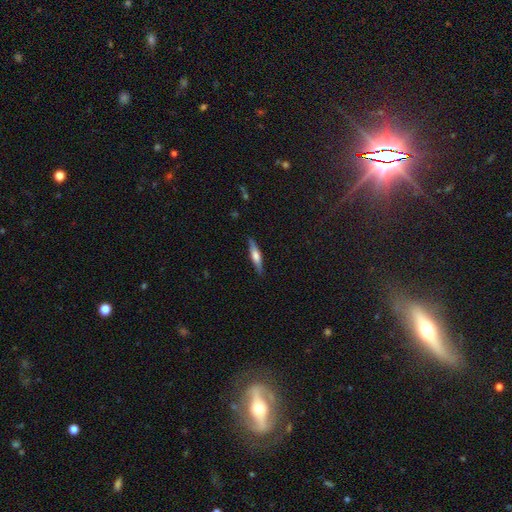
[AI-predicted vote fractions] smooth_or_featured: featured or disk (p=0.48) [alt: smooth p=0.46]
merging: none (p=0.87) [alt: minor disturbance p=0.10]